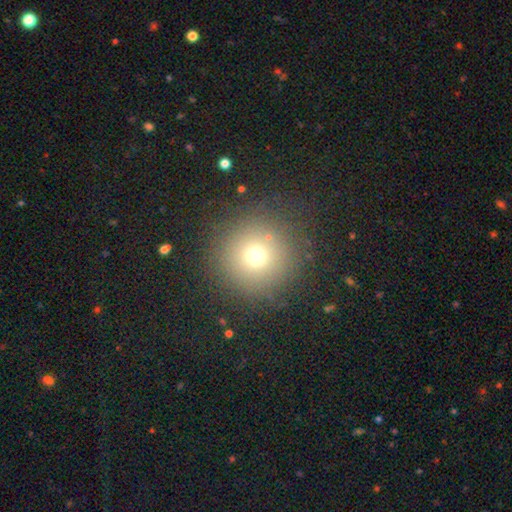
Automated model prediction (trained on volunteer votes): A smooth galaxy with no disk features (69%) that is round (96%).

Vote fractions:
- Smooth or featured? smooth: 69% / star or artifact: 20% / featured or disk: 11%
- How rounded? round: 96% / in between: 3% / cigar-shaped: 1%
- Merging? none: 86% / minor disturbance: 7% / major disturbance: 4% / merger: 2%